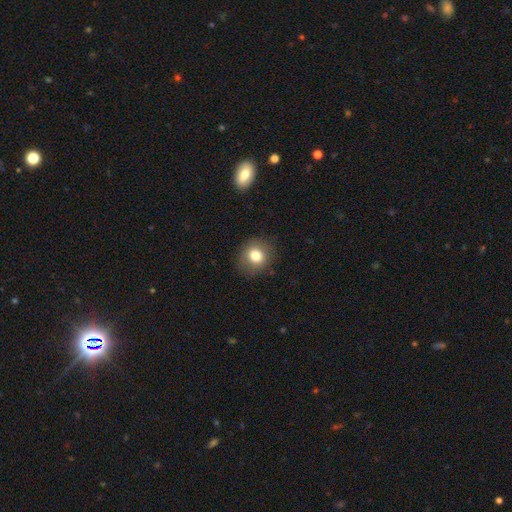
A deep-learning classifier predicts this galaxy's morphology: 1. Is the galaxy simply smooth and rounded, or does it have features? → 80% smooth, 10% star or artifact, 10% featured or disk.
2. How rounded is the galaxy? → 79% round, 20% in between, 1% cigar-shaped.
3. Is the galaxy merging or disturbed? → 85% none, 10% minor disturbance, 3% major disturbance, 1% merger.